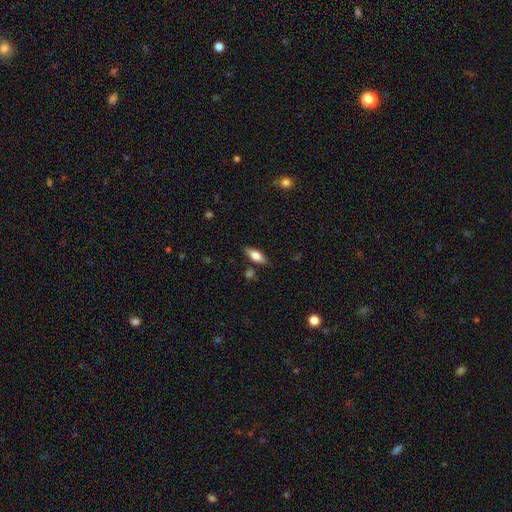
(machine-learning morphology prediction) The model was most divided on "smooth or featured": smooth: 69%, featured or disk: 24%, star or artifact: 7%. More confident: merging — none (82%); how rounded — in between (74%).